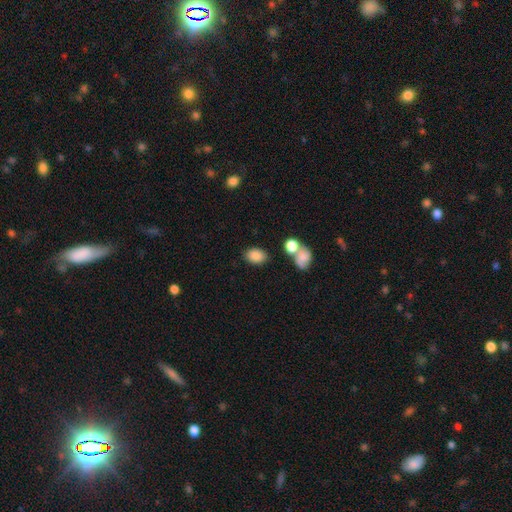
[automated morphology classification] Smooth or featured? smooth (85%)
How rounded? in between (79%)
Merging? none (74%)